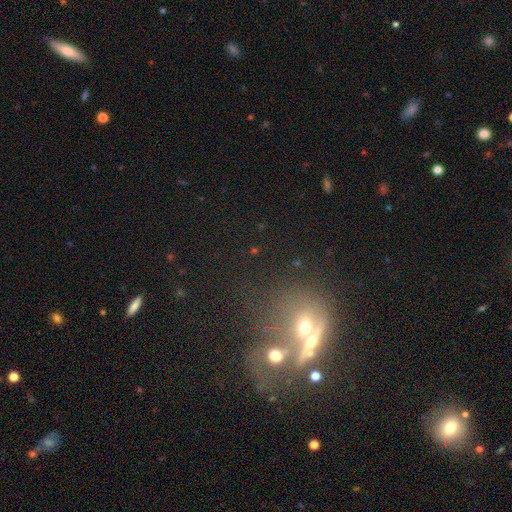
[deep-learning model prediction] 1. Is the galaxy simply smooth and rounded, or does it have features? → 39% star or artifact, 37% smooth, 24% featured or disk.